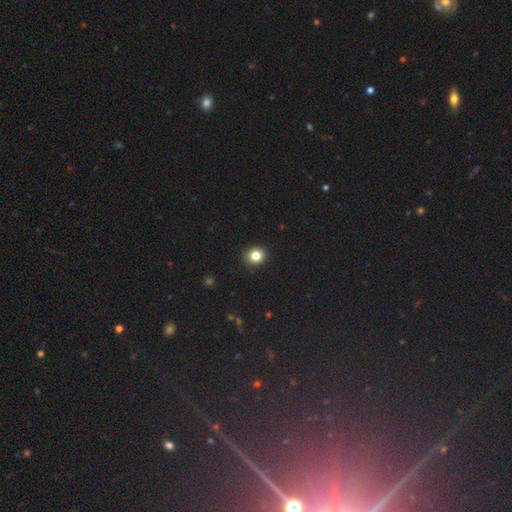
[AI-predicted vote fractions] This is clearly a smooth galaxy (83%). How rounded: clearly round (86%). Merging: clearly none (91%).